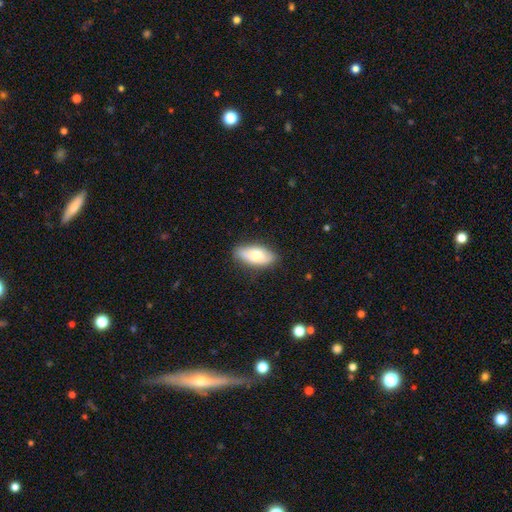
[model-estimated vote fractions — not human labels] This is likely a smooth galaxy (71%). How rounded: clearly in between (86%). Merging: clearly none (84%).